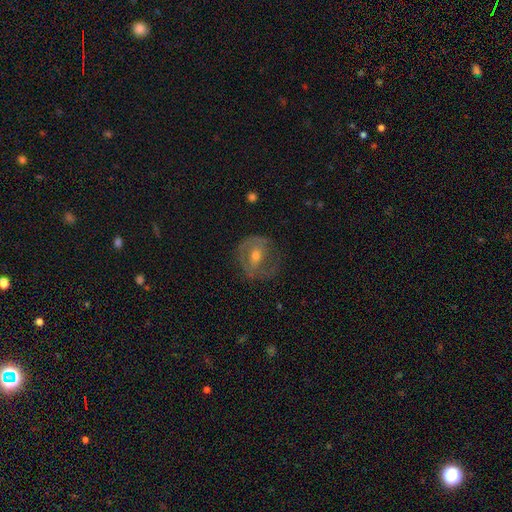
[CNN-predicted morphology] smooth-or-featured: featured or disk: 67% | smooth: 24% | star or artifact: 9%
  disk-edge-on: no: 95% | yes: 5%
    bar: weak: 42% | no: 37% | strong: 22%
    has-spiral-arms: yes: 67% | no: 33%
    bulge-size: moderate: 60% | small: 34% | large: 3% | none: 1% | dominant: 1%
  merging: none: 67% | minor disturbance: 19% | major disturbance: 12% | merger: 1%